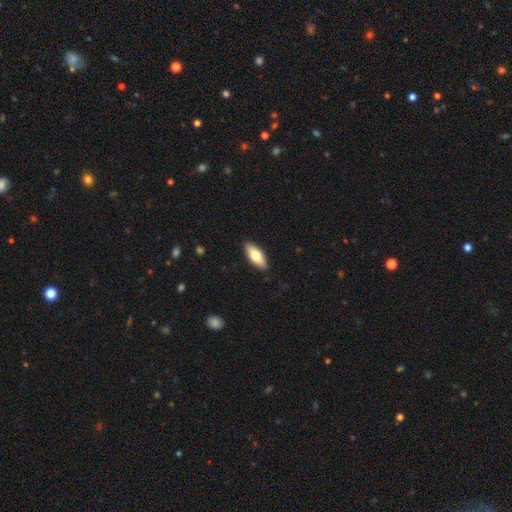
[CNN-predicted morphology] smooth-or-featured: smooth: 73% | featured or disk: 22% | star or artifact: 6%
  how-rounded: in between: 78% | cigar-shaped: 20% | round: 2%
  merging: none: 89% | minor disturbance: 9% | major disturbance: 2% | merger: 1%